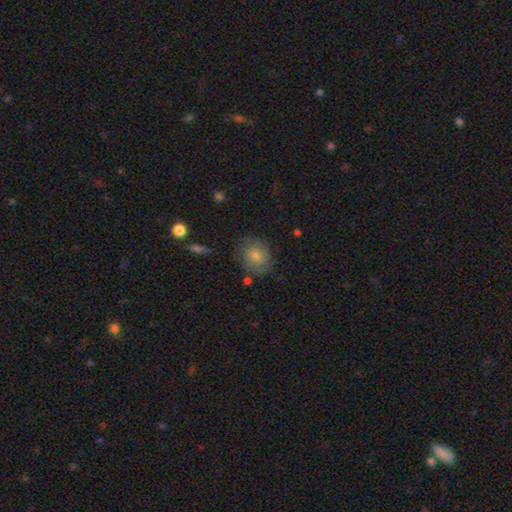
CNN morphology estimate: smooth-or-featured: smooth: 70% | featured or disk: 19% | star or artifact: 11%
  how-rounded: round: 65% | in between: 34% | cigar-shaped: 1%
  merging: none: 75% | minor disturbance: 17% | major disturbance: 5% | merger: 2%